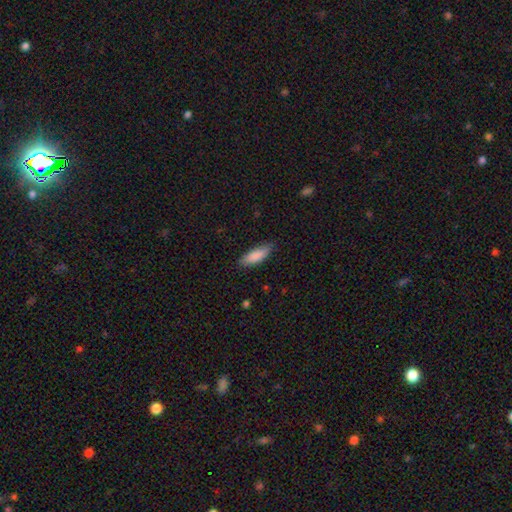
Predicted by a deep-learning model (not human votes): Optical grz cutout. It shows a smooth galaxy with no disk features (88%) that is in between round and cigar-shaped (67%). Merging: none (80%).